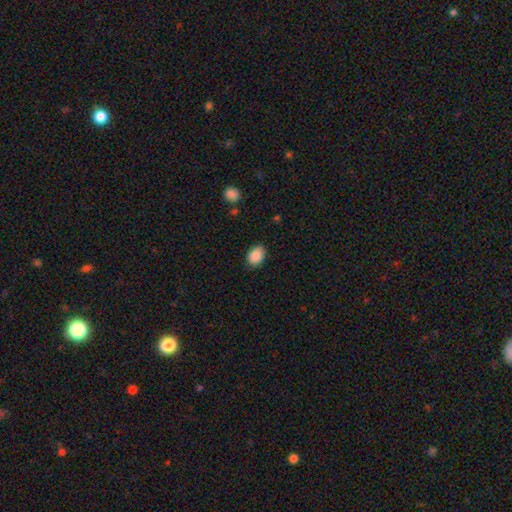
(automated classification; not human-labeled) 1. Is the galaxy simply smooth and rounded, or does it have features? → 88% smooth, 8% star or artifact, 4% featured or disk.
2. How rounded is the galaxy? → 68% in between, 31% round, 1% cigar-shaped.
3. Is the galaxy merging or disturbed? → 83% none, 13% minor disturbance, 3% major disturbance, 1% merger.